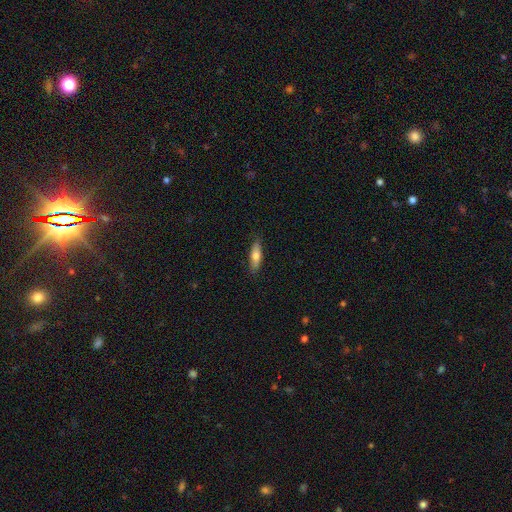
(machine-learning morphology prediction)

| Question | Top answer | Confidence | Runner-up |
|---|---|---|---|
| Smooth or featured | smooth | 69% | featured or disk (24%) |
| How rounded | in between | 49% | tied: cigar-shaped (49%) |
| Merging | none | 86% | minor disturbance (11%) |